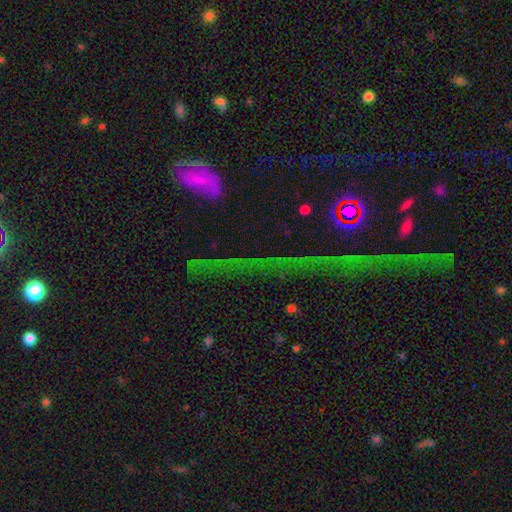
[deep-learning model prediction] star or artifact 63%, featured or disk 22%, smooth 15%.